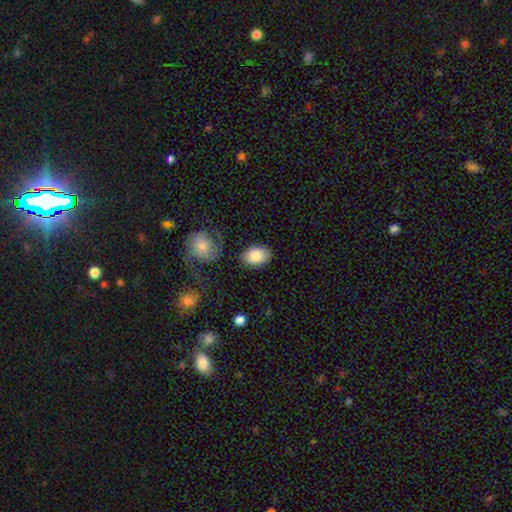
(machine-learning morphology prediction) Overall: smooth (86%). How rounded: in between (85%). Merging: none (81%).